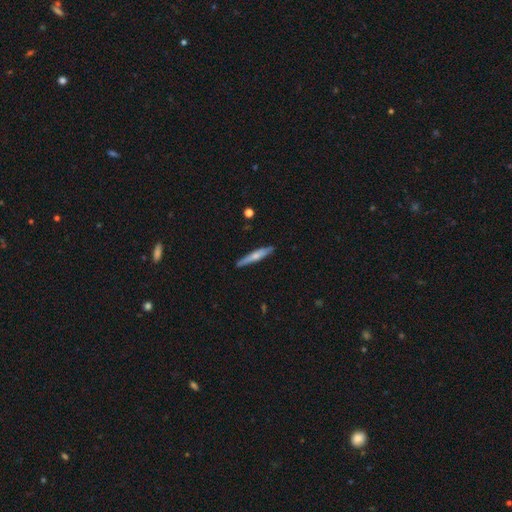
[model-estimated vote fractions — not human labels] Morphology: type=smooth (57%); roundness=cigar-shaped (93%); merging=none (87%).